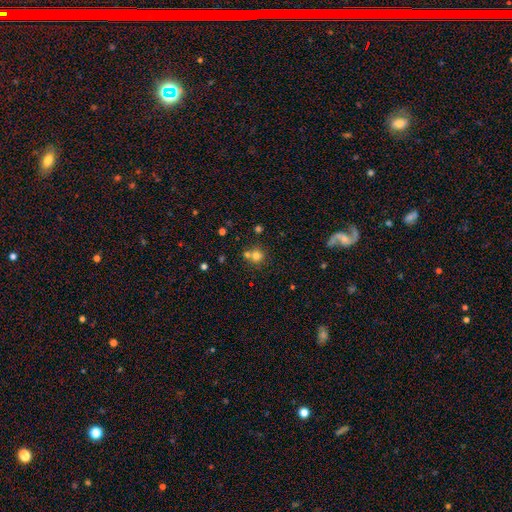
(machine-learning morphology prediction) Smooth or featured: smooth — 73% (star or artifact — 17%)
How rounded: round — 86% (in between — 13%)
Merging: none — 54% (merger — 35%)